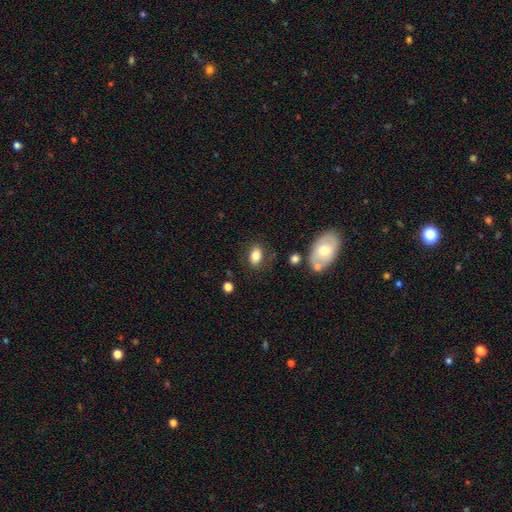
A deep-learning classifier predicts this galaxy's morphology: Smooth or featured? Predicted: smooth (p=0.81). How rounded? Predicted: in between (p=0.85). Merging? Predicted: none (p=0.78).